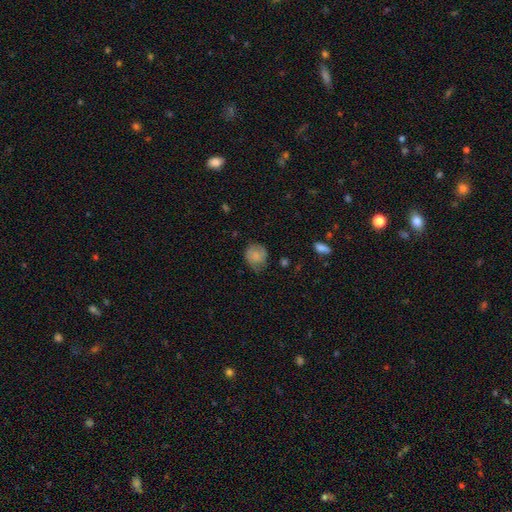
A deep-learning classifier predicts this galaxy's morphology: Smooth or featured: smooth — 73% (featured or disk — 19%)
How rounded: round — 78% (in between — 21%)
Merging: none — 60% (minor disturbance — 29%)